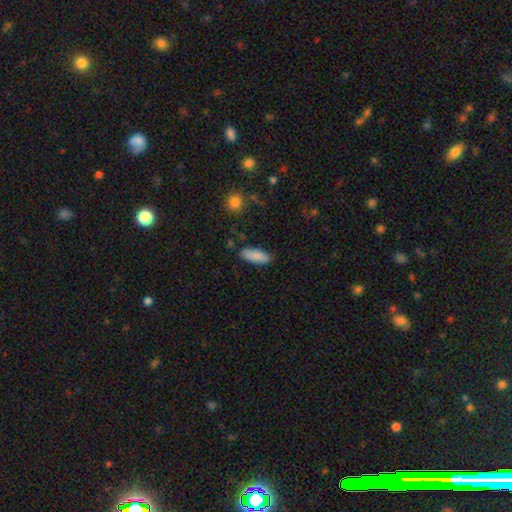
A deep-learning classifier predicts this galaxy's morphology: This appears to be a smooth galaxy with no disk features (86%) that is in between round and cigar-shaped (72%). Merging: none (82%).